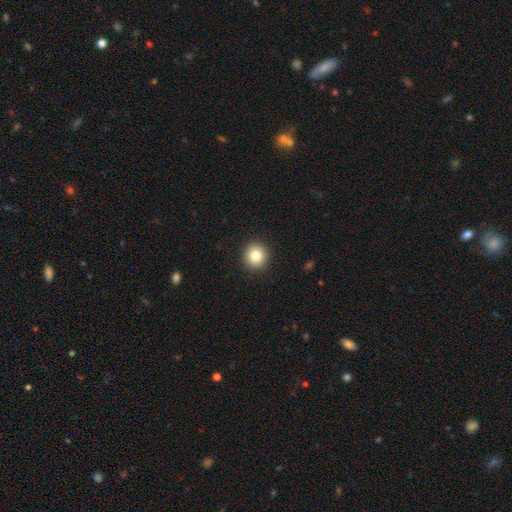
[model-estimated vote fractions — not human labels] A smooth galaxy with no disk features (82%) that is round (94%). Merging: none (93%).